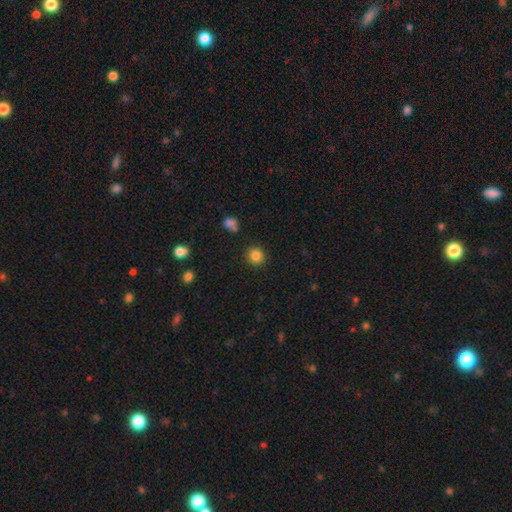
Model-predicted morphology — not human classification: Smooth or featured: smooth — 85% (star or artifact — 11%)
How rounded: round — 92% (in between — 7%)
Merging: none — 90% (minor disturbance — 6%)